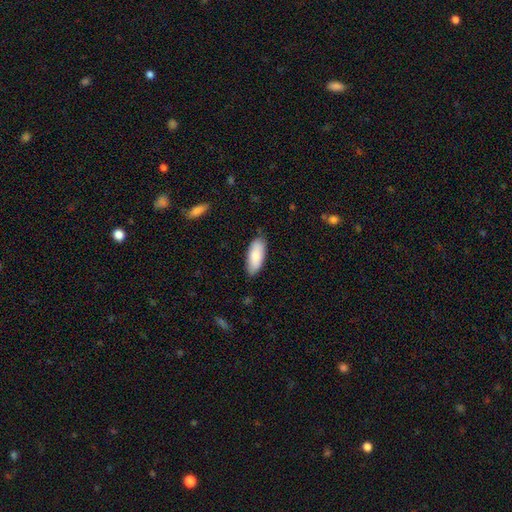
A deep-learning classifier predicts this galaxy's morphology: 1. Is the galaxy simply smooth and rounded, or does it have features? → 84% smooth, 10% featured or disk, 6% star or artifact.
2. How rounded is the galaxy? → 83% in between, 15% cigar-shaped, 2% round.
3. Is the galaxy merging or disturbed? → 83% none, 13% minor disturbance, 2% major disturbance, 1% merger.